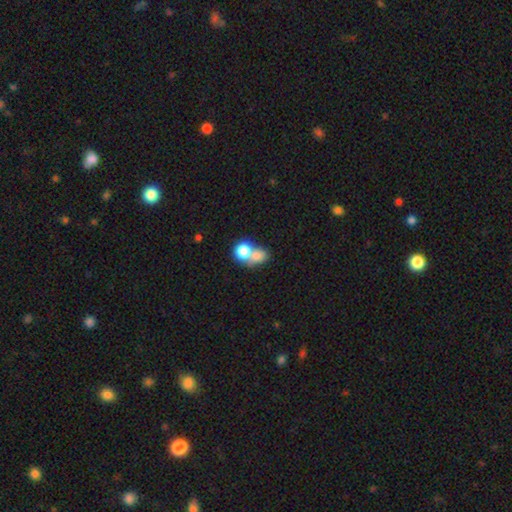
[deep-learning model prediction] Smooth or featured? smooth (76%)
How rounded? round (59%)
Merging? merger (66%)